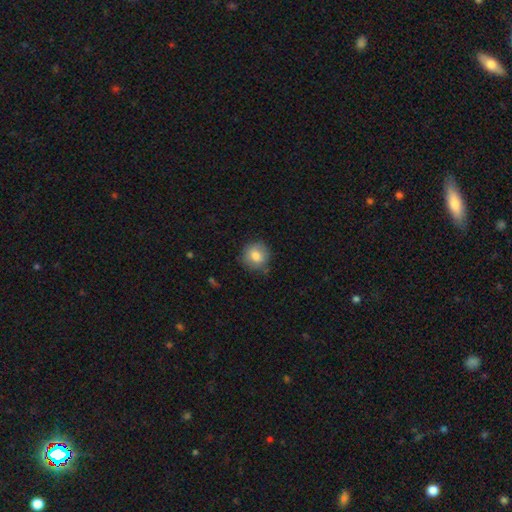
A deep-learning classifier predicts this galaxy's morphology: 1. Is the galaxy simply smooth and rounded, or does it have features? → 80% smooth, 12% featured or disk, 8% star or artifact.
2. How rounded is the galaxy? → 88% round, 11% in between, 1% cigar-shaped.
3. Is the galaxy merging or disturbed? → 79% none, 16% minor disturbance, 4% major disturbance, 2% merger.